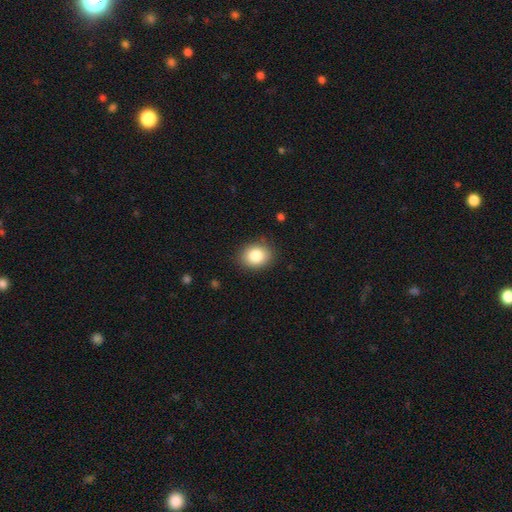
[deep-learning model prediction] A smooth galaxy with no disk features (84%) that is round (54%). Merging: none (87%).